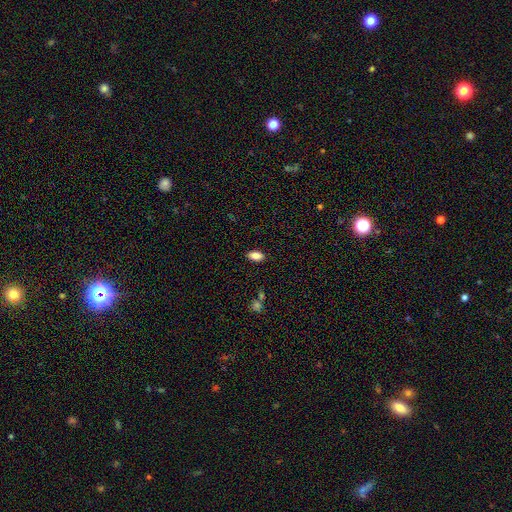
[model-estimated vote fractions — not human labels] A smooth galaxy with no disk features (83%) that is in between round and cigar-shaped (91%).

Vote fractions:
- Smooth or featured? smooth: 83% / star or artifact: 9% / featured or disk: 8%
- How rounded? in between: 91% / cigar-shaped: 5% / round: 4%
- Merging? none: 87% / minor disturbance: 9% / major disturbance: 2% / merger: 2%